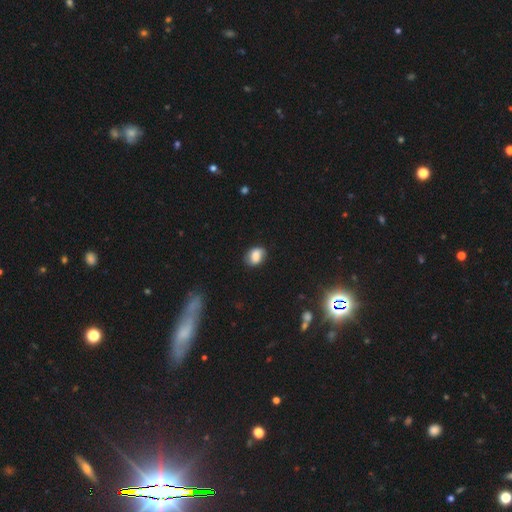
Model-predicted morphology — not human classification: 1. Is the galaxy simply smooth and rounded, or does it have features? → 76% smooth, 15% featured or disk, 9% star or artifact.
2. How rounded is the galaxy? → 69% in between, 30% round, 1% cigar-shaped.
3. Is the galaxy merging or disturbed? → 75% none, 19% minor disturbance, 4% major disturbance, 2% merger.